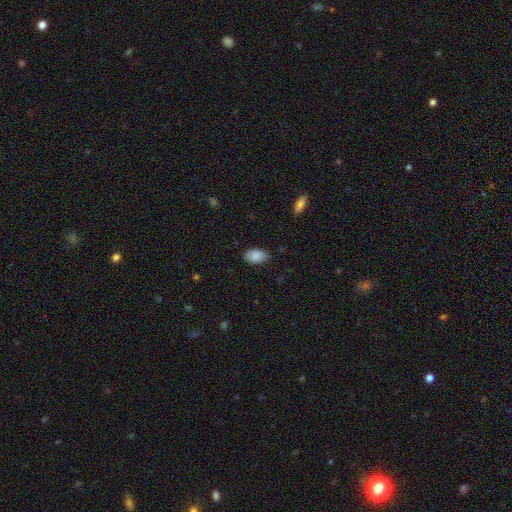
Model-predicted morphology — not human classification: This is clearly a smooth galaxy (88%). How rounded: clearly in between (93%). Merging: likely none (79%).